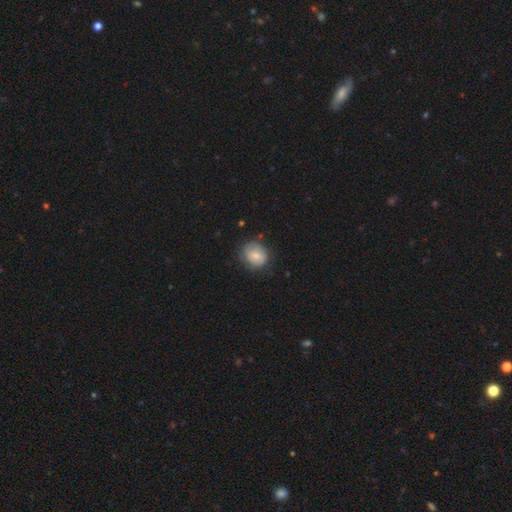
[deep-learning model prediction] smooth_or_featured: smooth (p=0.76) [alt: featured or disk p=0.17]
how_rounded: round (p=0.74) [alt: in between p=0.25]
merging: none (p=0.71) [alt: minor disturbance p=0.21]